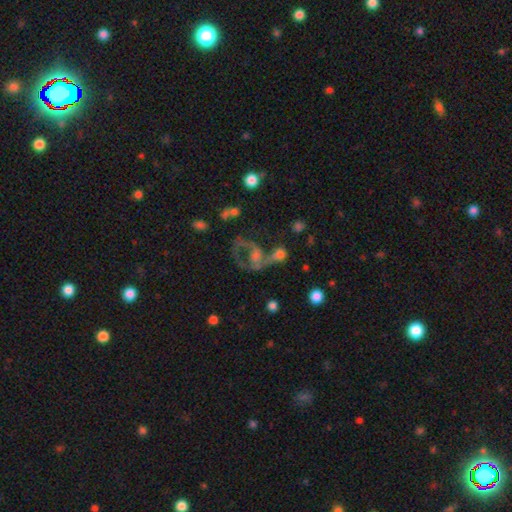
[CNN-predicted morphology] A featured or disk galaxy (66%) with no bar (54%), spiral arms (70%) and a moderate central bulge (40%).

Vote fractions:
- Smooth or featured? featured or disk: 66% / star or artifact: 19% / smooth: 15%
- Edge-on disk? no: 96% / yes: 4%
- Bar? no: 54% / weak: 32% / strong: 14%
- Spiral arms? yes: 70% / no: 30%
- Bulge size? moderate: 40% / small: 35% / none: 15% / large: 7% / dominant: 3%
- Merging? none: 39% / merger: 25% / major disturbance: 21% / minor disturbance: 14%